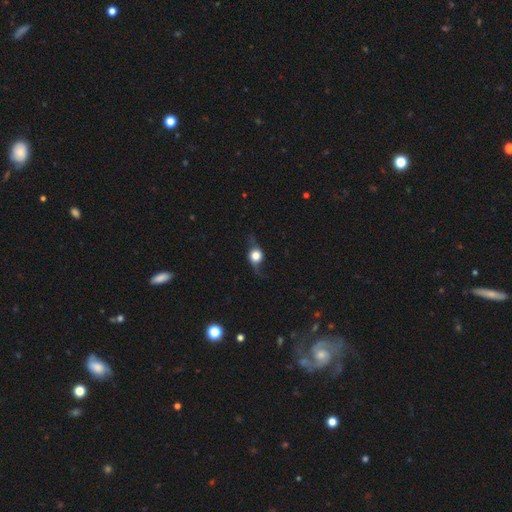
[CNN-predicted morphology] Q: Smooth or featured?
A: smooth (46%); runner-up: featured or disk (44%)
Q: Merging?
A: none (64%); runner-up: minor disturbance (21%)